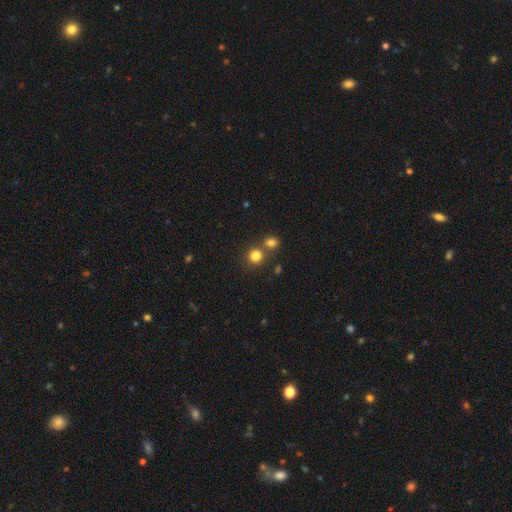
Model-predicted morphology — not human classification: Smooth or featured: smooth — 82% (star or artifact — 13%)
How rounded: round — 86% (in between — 13%)
Merging: none — 62% (merger — 27%)